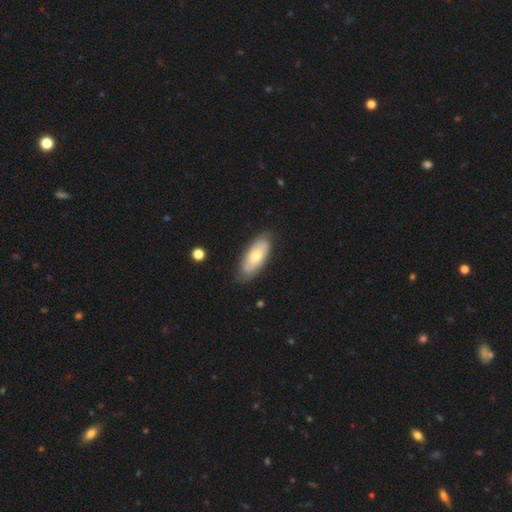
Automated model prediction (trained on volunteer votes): smooth 56%, featured or disk 39%, star or artifact 6%. Down the decision tree: how rounded — in between (84%); merging — none (77%).